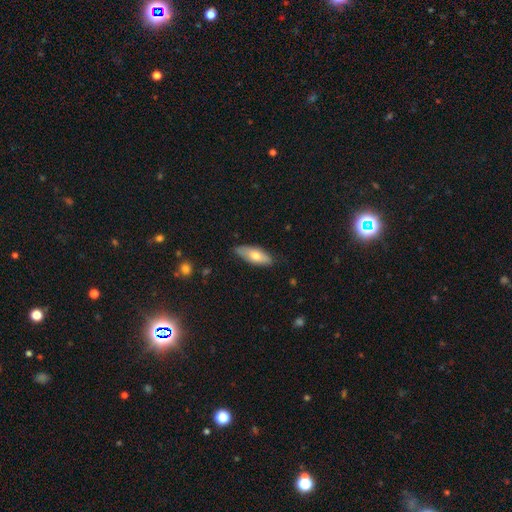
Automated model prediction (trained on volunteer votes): A smooth galaxy with no disk features (68%) that is in between round and cigar-shaped (71%). Merging: none (78%).